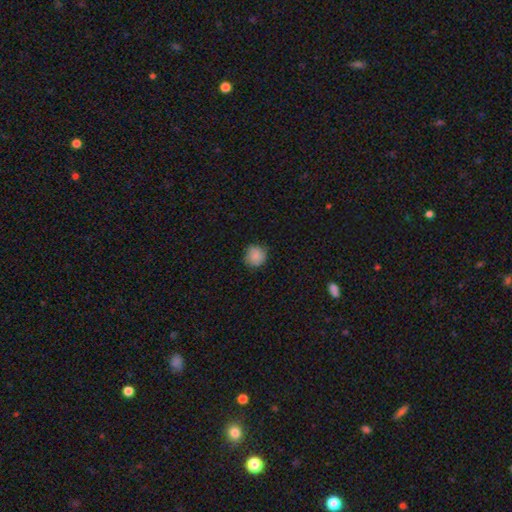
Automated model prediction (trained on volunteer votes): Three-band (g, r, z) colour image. It shows a smooth galaxy with no disk features (86%) that is round (91%). Merging: none (83%).